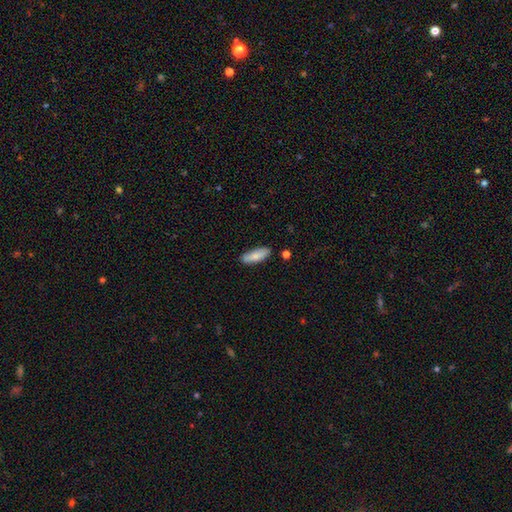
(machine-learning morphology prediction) This is clearly a smooth galaxy (82%). How rounded: likely in between (63%). Merging: clearly none (85%).